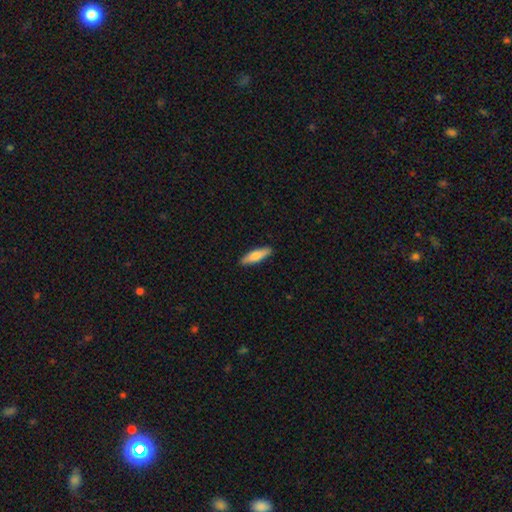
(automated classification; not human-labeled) Smooth or featured: smooth — 75% (featured or disk — 19%)
How rounded: cigar-shaped — 61% (in between — 37%)
Merging: none — 89% (minor disturbance — 8%)